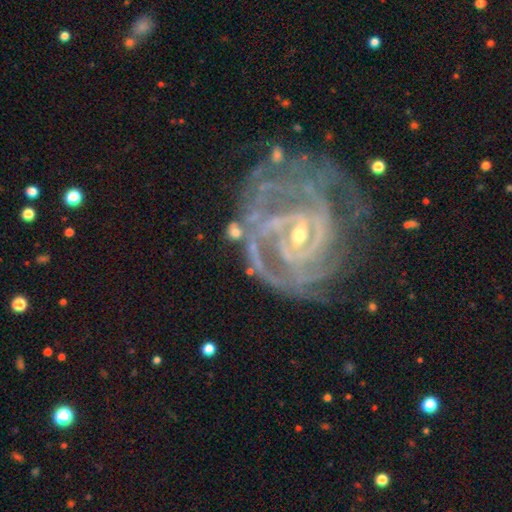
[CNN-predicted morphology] Smooth or featured: featured or disk — 89% (star or artifact — 6%)
Edge-on disk: no — 98% (yes — 2%)
Bar: weak — 41% (strong — 35%)
Spiral arms: yes — 96% (no — 4%)
Spiral winding: tight — 67% (medium — 28%)
Spiral arm count: 2 — 26% (3 — 24%)
Bulge size: small — 66% (moderate — 30%)
Merging: none — 49% (minor disturbance — 23%)